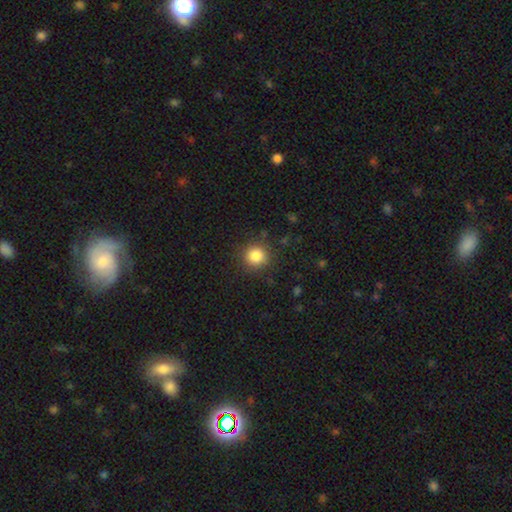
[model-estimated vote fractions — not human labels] Smooth or featured?
  - smooth: 85% *
  - star or artifact: 11%
  - featured or disk: 4%
How rounded?
  - round: 91% *
  - in between: 8%
  - cigar-shaped: 1%
Merging?
  - none: 88% *
  - minor disturbance: 8%
  - major disturbance: 3%
  - merger: 1%